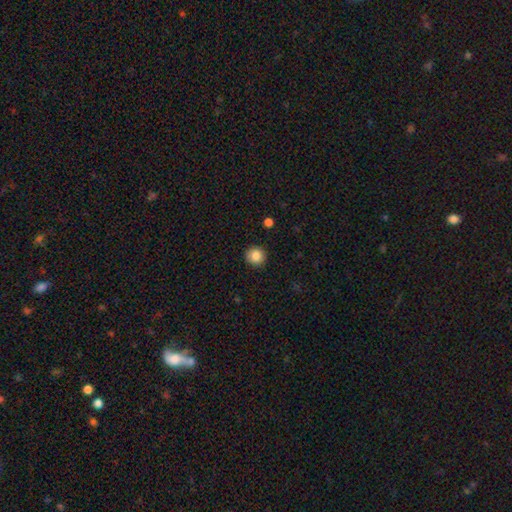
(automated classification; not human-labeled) The model was most divided on "smooth or featured": smooth: 86%, star or artifact: 9%, featured or disk: 4%. More confident: how rounded — round (93%); merging — none (91%).